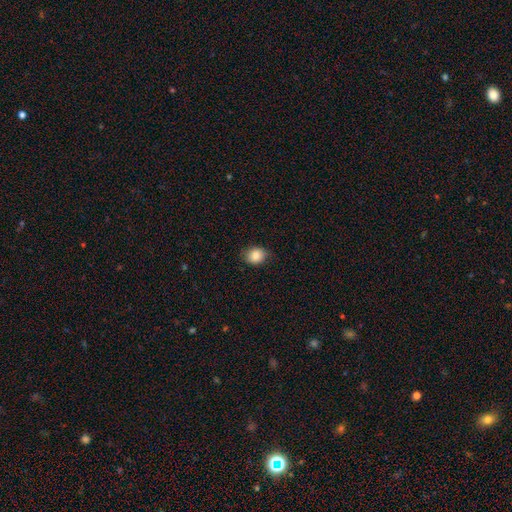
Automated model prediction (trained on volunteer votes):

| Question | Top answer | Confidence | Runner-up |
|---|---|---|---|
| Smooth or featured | smooth | 85% | star or artifact (9%) |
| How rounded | round | 57% | in between (42%) |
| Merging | none | 83% | minor disturbance (14%) |